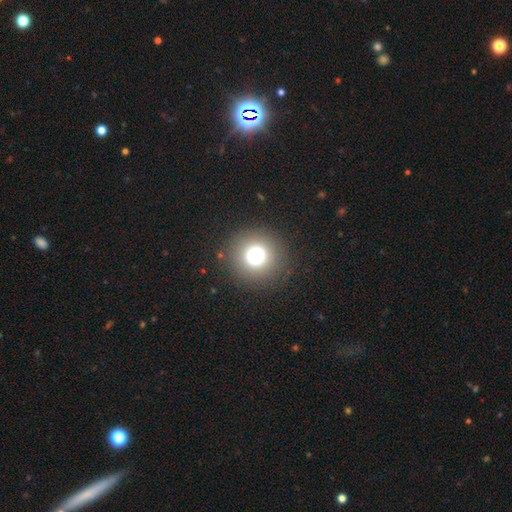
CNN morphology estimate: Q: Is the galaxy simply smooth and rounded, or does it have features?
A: smooth — 75%.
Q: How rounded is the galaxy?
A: round — 95%.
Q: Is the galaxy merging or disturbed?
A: none — 89%.